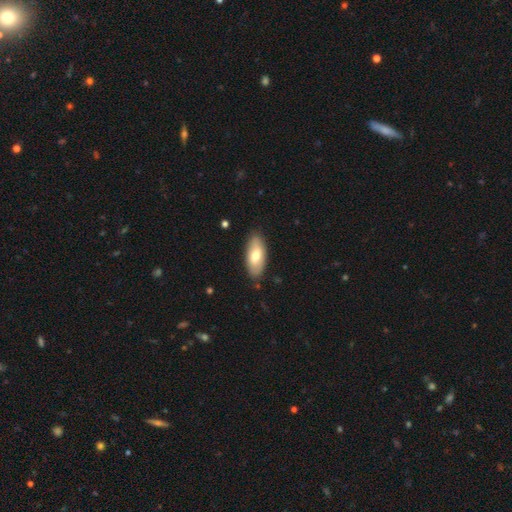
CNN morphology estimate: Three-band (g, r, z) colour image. It shows a smooth galaxy with no disk features (70%) that is in between round and cigar-shaped (88%). Merging: none (85%).